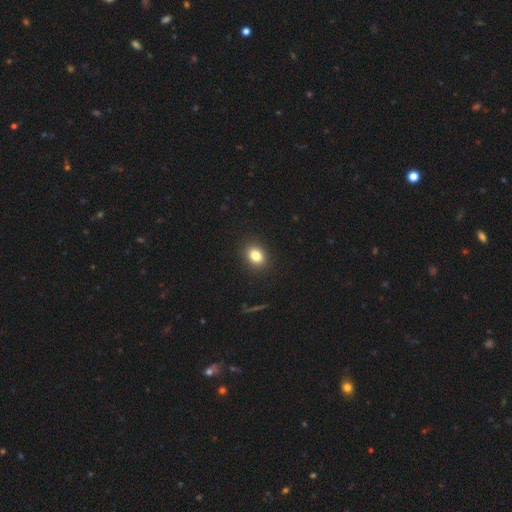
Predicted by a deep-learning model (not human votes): Overall: smooth (83%). How rounded: round (50%; in between 49%). Merging: none (90%).